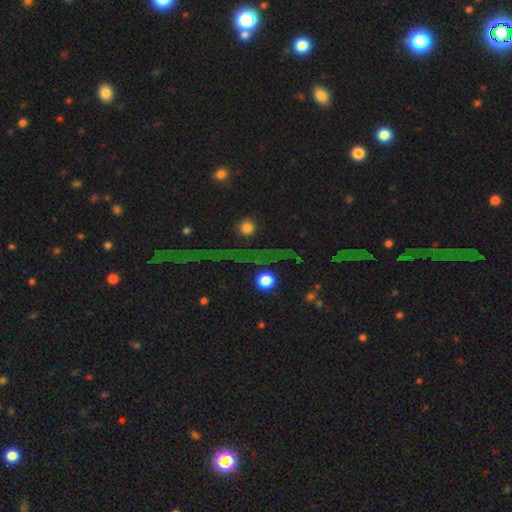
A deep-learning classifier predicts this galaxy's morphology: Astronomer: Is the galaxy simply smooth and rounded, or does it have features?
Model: star or artifact — 68%.